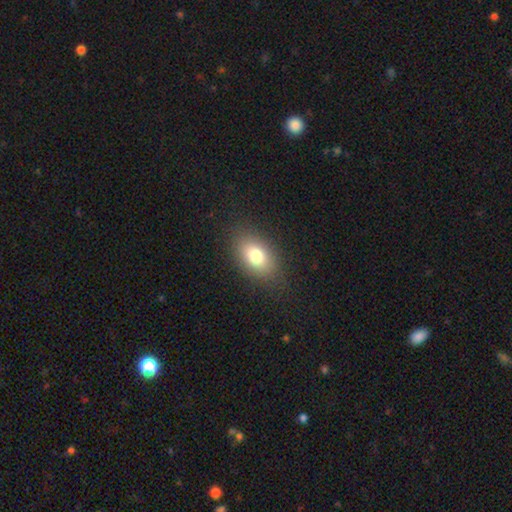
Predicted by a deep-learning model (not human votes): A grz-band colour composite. It shows a smooth galaxy with no disk features (78%) that is in between round and cigar-shaped (84%). Merging: none (82%).